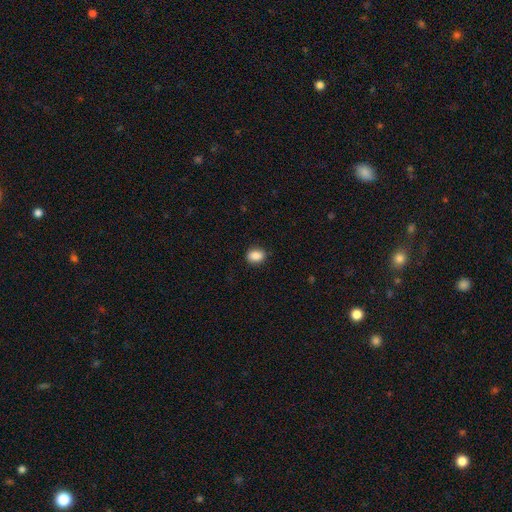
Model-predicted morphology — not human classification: smooth_or_featured: smooth (p=0.88) [alt: star or artifact p=0.08]
how_rounded: in between (p=0.65) [alt: round p=0.33]
merging: none (p=0.88) [alt: minor disturbance p=0.09]